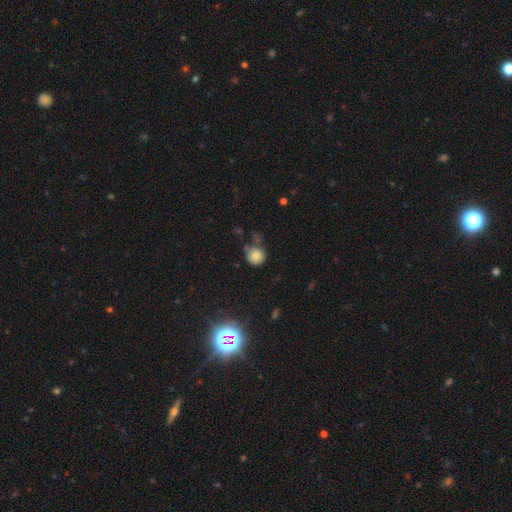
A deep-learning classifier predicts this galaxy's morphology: Q: Smooth or featured?
A: smooth (79%); runner-up: star or artifact (13%)
Q: How rounded?
A: round (90%); runner-up: in between (9%)
Q: Merging?
A: none (62%); runner-up: minor disturbance (20%)